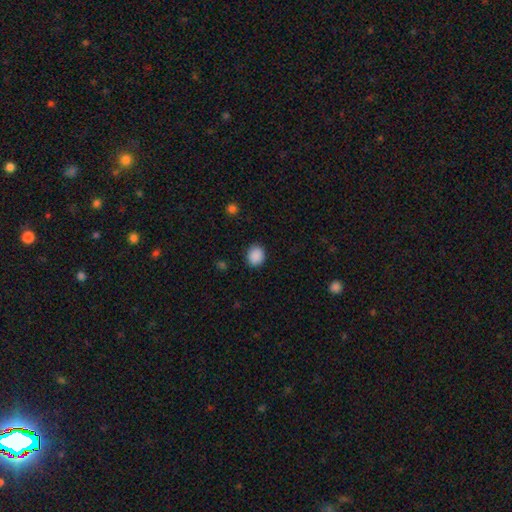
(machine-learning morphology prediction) Smooth or featured: smooth — 89% (star or artifact — 9%)
How rounded: round — 70% (in between — 29%)
Merging: none — 89% (minor disturbance — 8%)